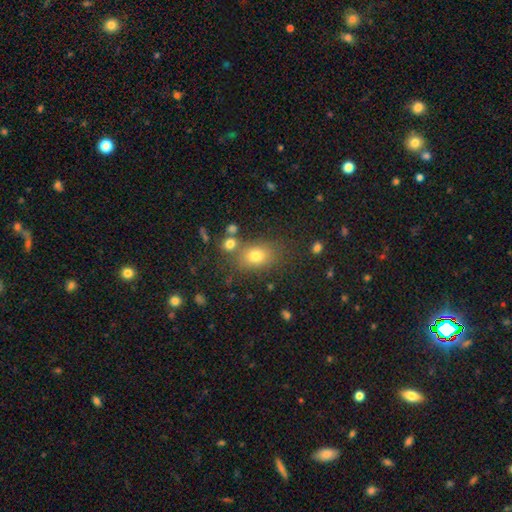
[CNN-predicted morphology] smooth 75%, star or artifact 14%, featured or disk 11%. Down the decision tree: how rounded — in between (66%); merging — none (71%).